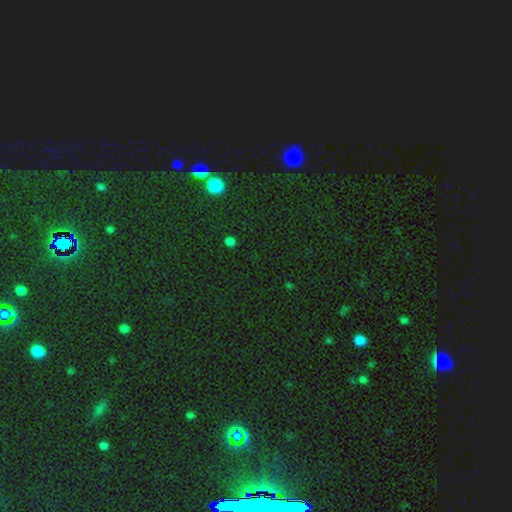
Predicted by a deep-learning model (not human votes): A star or artifact, not a galaxy (74%).

Vote fractions:
- Smooth or featured? star or artifact: 74% / smooth: 18% / featured or disk: 8%